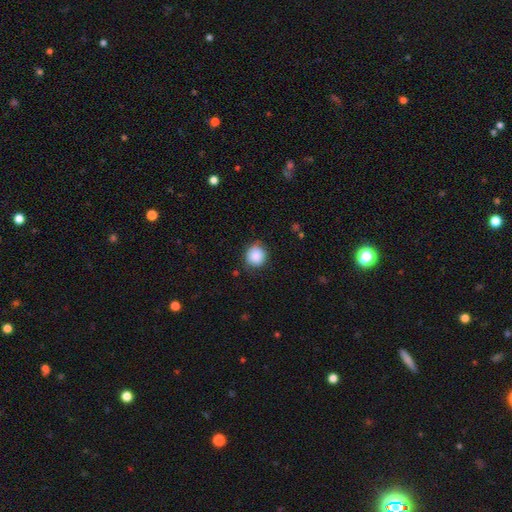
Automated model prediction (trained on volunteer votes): Q: Smooth or featured?
A: smooth (87%); runner-up: star or artifact (8%)
Q: How rounded?
A: round (89%); runner-up: in between (10%)
Q: Merging?
A: none (79%); runner-up: minor disturbance (17%)